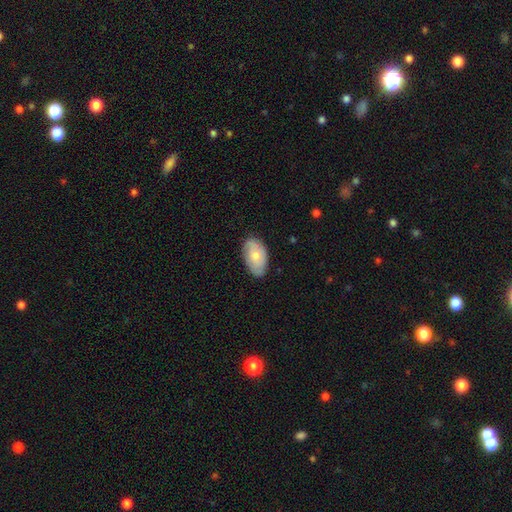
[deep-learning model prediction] This appears to be a smooth galaxy with no disk features (67%) that is in between round and cigar-shaped (94%). Merging: none (78%).